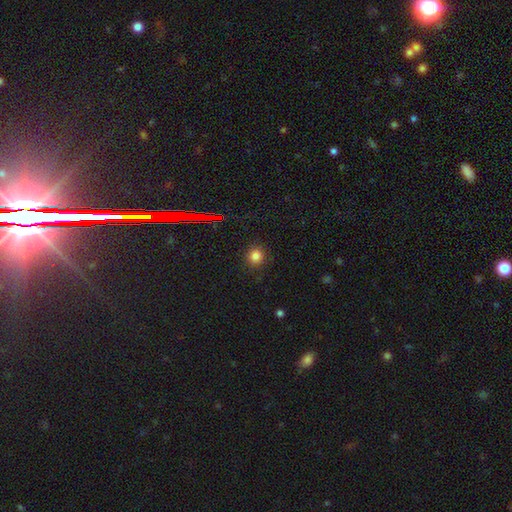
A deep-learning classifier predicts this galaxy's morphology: Smooth or featured? Predicted: smooth (p=0.81). How rounded? Predicted: round (p=0.88). Merging? Predicted: none (p=0.89).